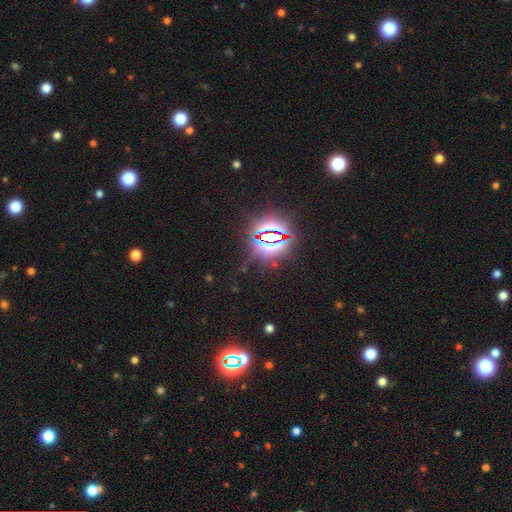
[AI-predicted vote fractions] Smooth or featured? Predicted: star or artifact (p=0.85).